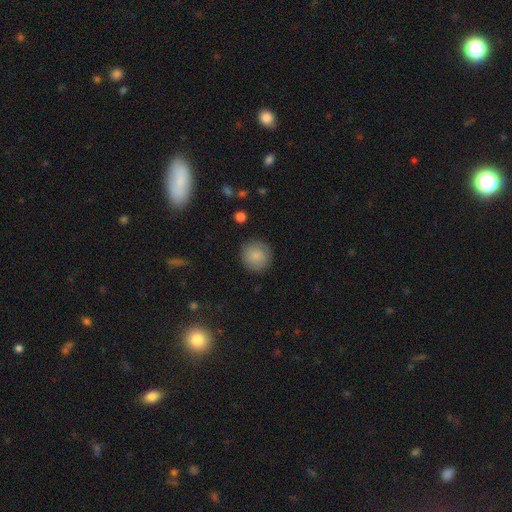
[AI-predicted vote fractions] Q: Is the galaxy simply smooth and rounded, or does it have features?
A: smooth — 85%.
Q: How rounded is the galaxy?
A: round — 94%.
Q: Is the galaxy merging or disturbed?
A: none — 88%.